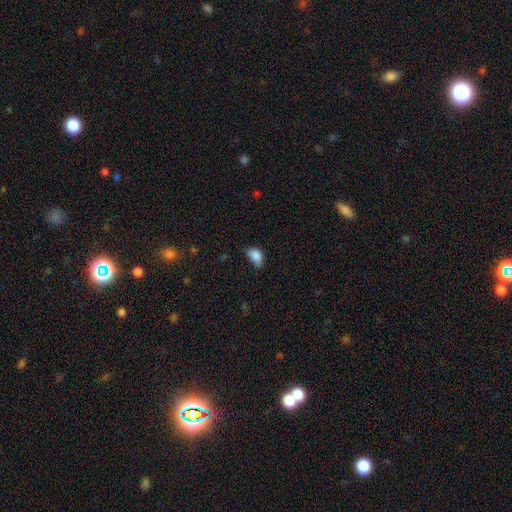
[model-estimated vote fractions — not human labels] smooth-or-featured: smooth: 85% | star or artifact: 9% | featured or disk: 6%
  how-rounded: in between: 84% | round: 14% | cigar-shaped: 2%
  merging: minor disturbance: 45% | none: 38% | major disturbance: 14% | merger: 3%